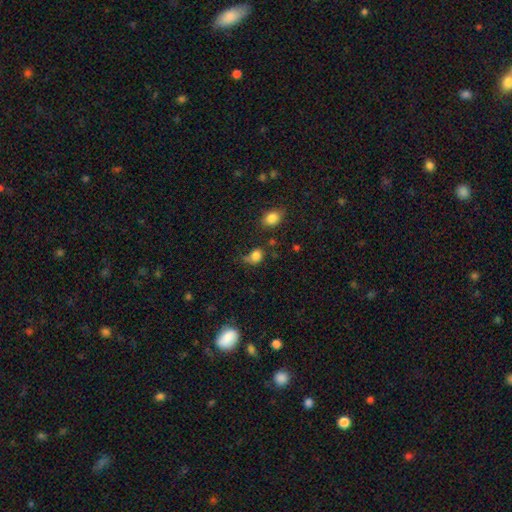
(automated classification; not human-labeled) Smooth or featured?
  - smooth: 81% *
  - star or artifact: 12%
  - featured or disk: 7%
How rounded?
  - round: 53% *
  - in between: 45%
  - cigar-shaped: 1%
Merging?
  - none: 46% *
  - minor disturbance: 29%
  - major disturbance: 16%
  - merger: 9%